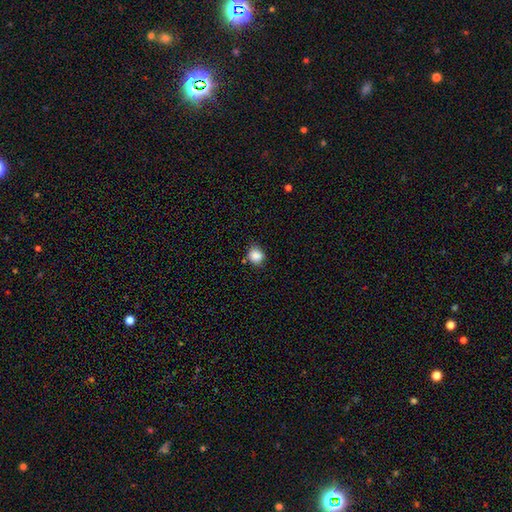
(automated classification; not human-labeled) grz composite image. It shows a smooth galaxy with no disk features (86%) that is round (71%). Merging: none (72%).